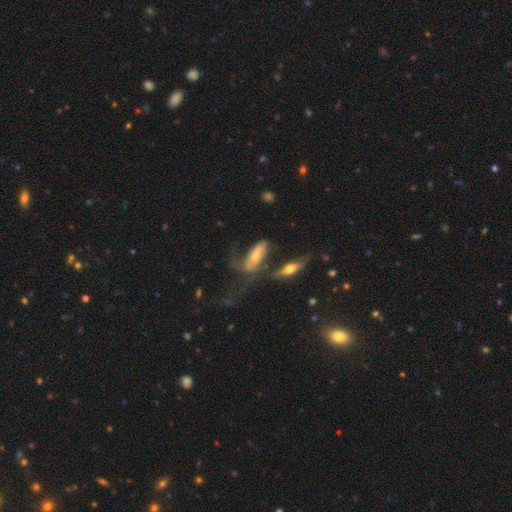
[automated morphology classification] type=featured or disk (60%); edge-on=no (72%); merging=major disturbance (34%).